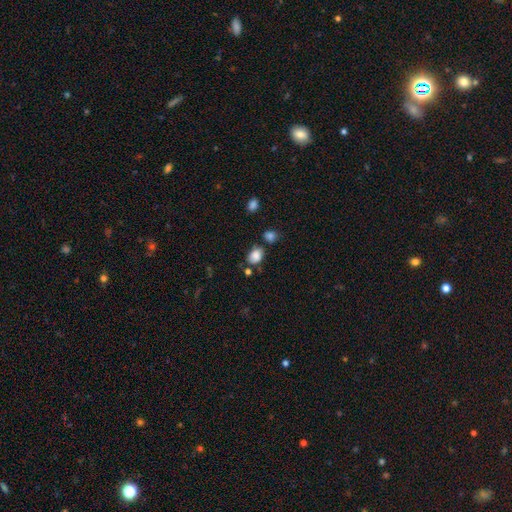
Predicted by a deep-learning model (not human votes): smooth-or-featured: smooth: 85% | star or artifact: 9% | featured or disk: 6%
  how-rounded: in between: 73% | round: 26% | cigar-shaped: 1%
  merging: none: 66% | minor disturbance: 18% | merger: 12% | major disturbance: 5%